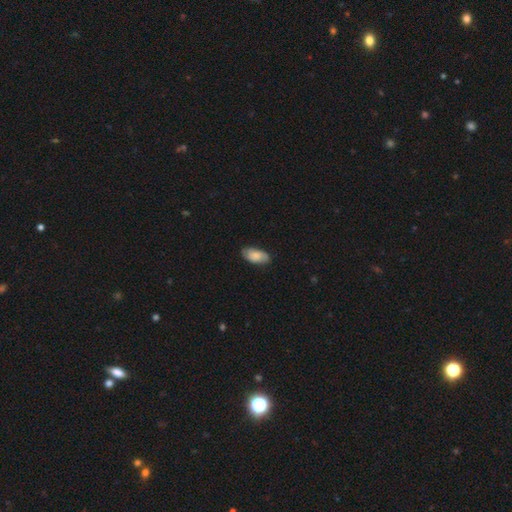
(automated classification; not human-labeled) This appears to be a smooth galaxy with no disk features (75%) that is in between round and cigar-shaped (93%). Merging: none (79%).